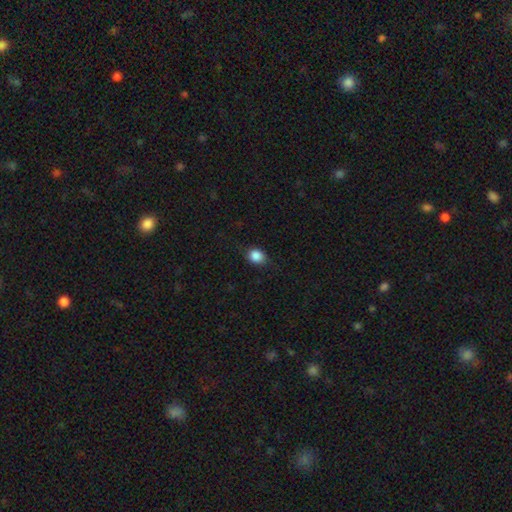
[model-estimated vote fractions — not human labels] A smooth galaxy with no disk features (86%) that is round (58%). Merging: none (81%).